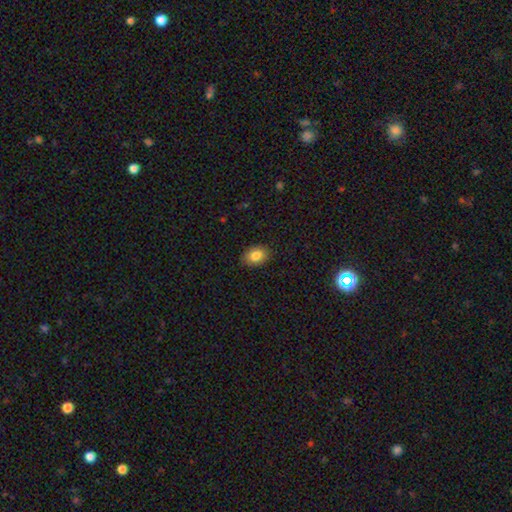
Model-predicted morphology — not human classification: This appears to be a smooth galaxy with no disk features (85%) that is in between round and cigar-shaped (77%). Merging: none (87%).